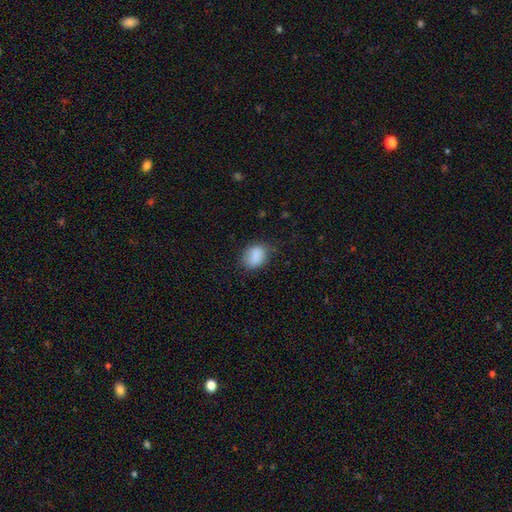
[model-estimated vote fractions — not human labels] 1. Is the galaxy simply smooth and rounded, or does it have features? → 85% smooth, 8% star or artifact, 7% featured or disk.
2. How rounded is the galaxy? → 62% in between, 36% round, 1% cigar-shaped.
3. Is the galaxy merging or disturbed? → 68% none, 24% minor disturbance, 7% major disturbance, 2% merger.